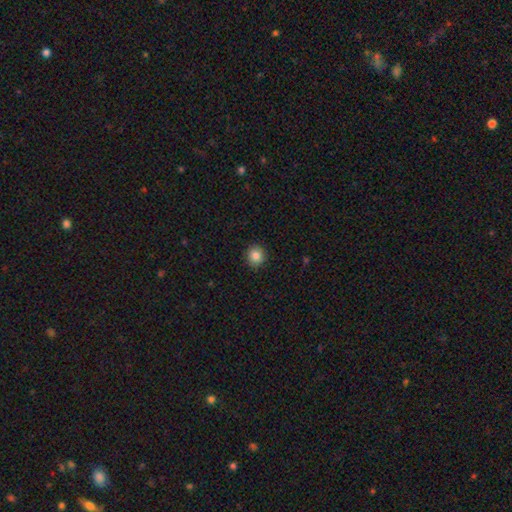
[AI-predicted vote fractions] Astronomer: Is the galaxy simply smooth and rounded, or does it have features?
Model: smooth — 84%.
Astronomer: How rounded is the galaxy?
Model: round — 92%.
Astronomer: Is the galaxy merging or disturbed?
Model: none — 92%.